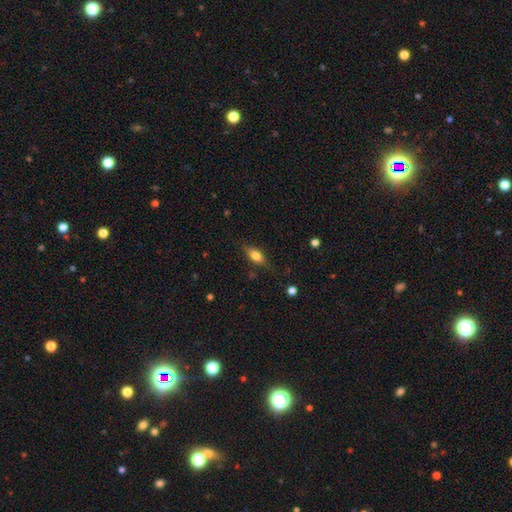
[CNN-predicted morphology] Q: Smooth or featured?
A: smooth (69%); runner-up: featured or disk (23%)
Q: How rounded?
A: in between (75%); runner-up: cigar-shaped (18%)
Q: Merging?
A: none (76%); runner-up: minor disturbance (18%)